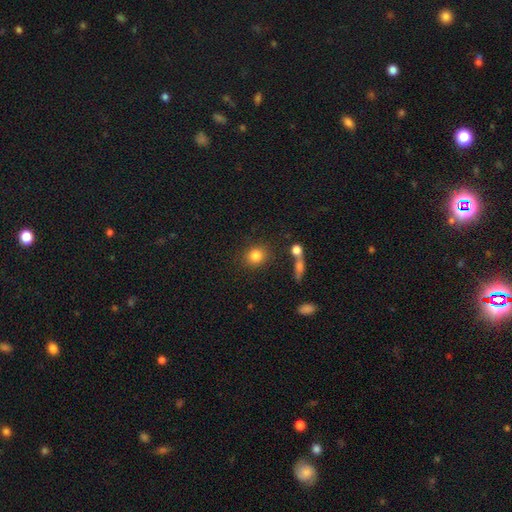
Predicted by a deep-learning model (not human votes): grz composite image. It shows a smooth galaxy with no disk features (82%) that is round (80%). Merging: none (81%).